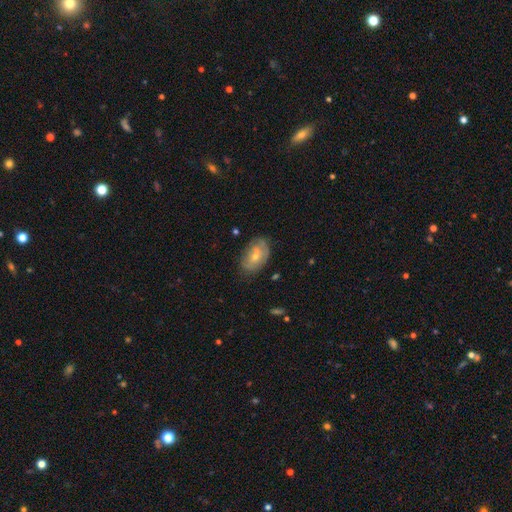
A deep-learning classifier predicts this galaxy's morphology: smooth_or_featured: smooth (p=0.53) [alt: featured or disk p=0.40]
how_rounded: in between (p=0.89) [alt: round p=0.10]
merging: none (p=0.57) [alt: minor disturbance p=0.27]